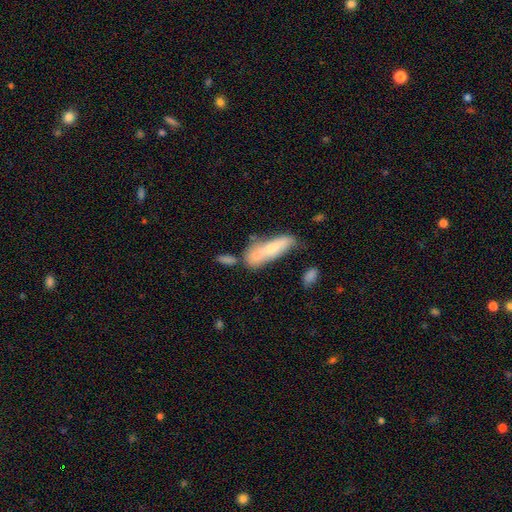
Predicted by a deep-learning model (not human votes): Smooth or featured? Predicted: smooth (p=0.67). How rounded? Predicted: cigar-shaped (p=0.51). Merging? Predicted: none (p=0.40).